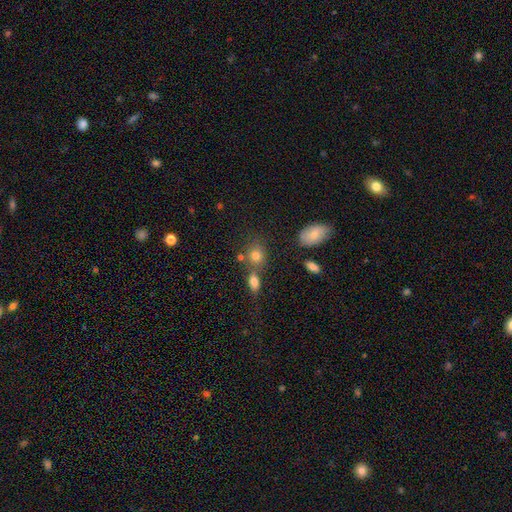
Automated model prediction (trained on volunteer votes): smooth 79%, star or artifact 12%, featured or disk 9%. Down the decision tree: how rounded — round (64%); merging — none (59%).